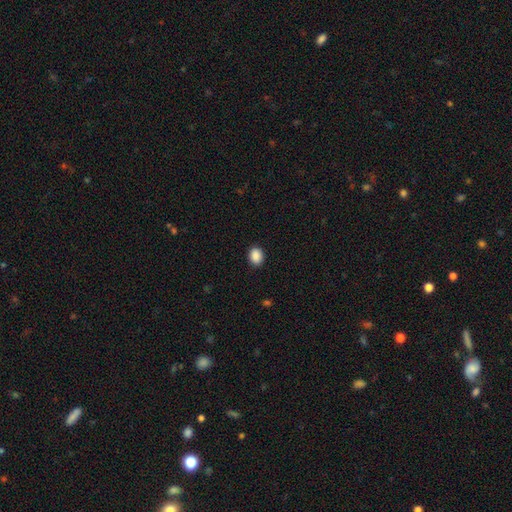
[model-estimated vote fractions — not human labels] smooth-or-featured: smooth: 90% | star or artifact: 8% | featured or disk: 3%
  how-rounded: in between: 57% | round: 42% | cigar-shaped: 1%
  merging: none: 90% | minor disturbance: 7% | major disturbance: 2% | merger: 1%